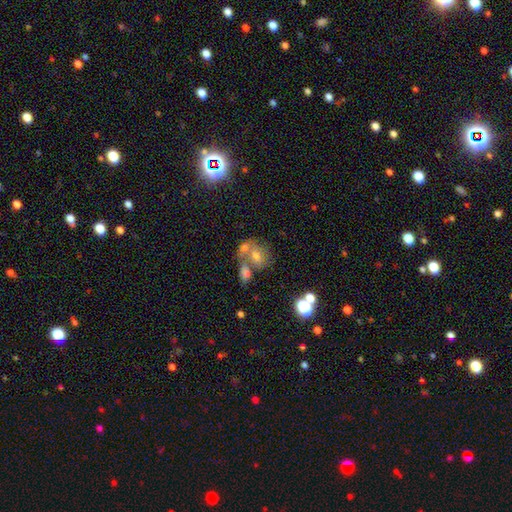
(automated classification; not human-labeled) This is possibly a smooth galaxy (55%). How rounded: likely in between (60%). Merging: possibly merger (49%).